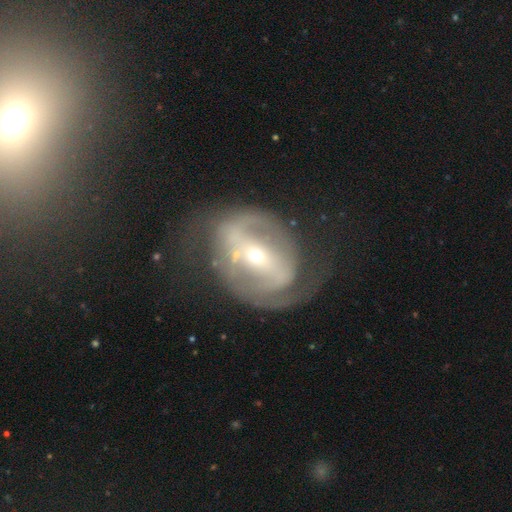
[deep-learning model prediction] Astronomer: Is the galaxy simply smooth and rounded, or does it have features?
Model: featured or disk — 81%.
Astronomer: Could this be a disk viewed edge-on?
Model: no — 96%.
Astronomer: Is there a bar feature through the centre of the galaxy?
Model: strong — 46% (runner-up: weak, 28%).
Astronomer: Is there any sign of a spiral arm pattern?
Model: yes — 72%.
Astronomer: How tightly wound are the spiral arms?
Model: medium — 40% (runner-up: tight, 38%).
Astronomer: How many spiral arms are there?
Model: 2 — 68%.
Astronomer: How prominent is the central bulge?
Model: small — 70%.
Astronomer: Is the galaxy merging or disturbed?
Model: none — 51%.